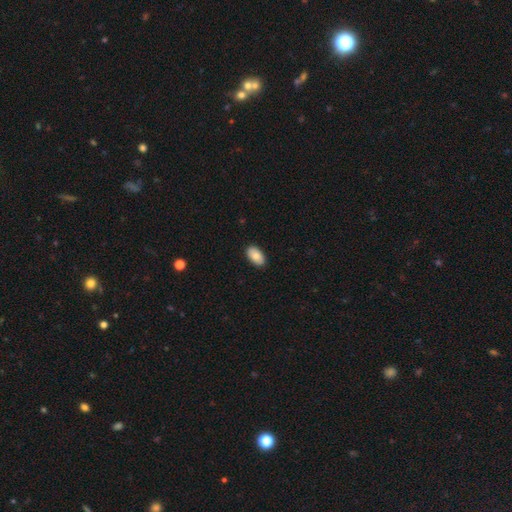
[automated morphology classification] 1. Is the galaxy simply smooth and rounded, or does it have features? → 83% smooth, 11% featured or disk, 6% star or artifact.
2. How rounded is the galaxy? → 95% in between, 4% round, 1% cigar-shaped.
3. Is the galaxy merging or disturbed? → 90% none, 8% minor disturbance, 2% major disturbance, 1% merger.